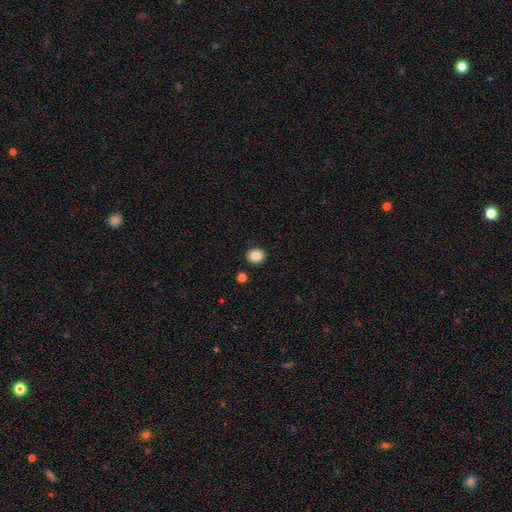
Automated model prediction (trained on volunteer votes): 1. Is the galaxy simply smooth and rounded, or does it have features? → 86% smooth, 9% star or artifact, 4% featured or disk.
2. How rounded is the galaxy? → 68% round, 31% in between, 1% cigar-shaped.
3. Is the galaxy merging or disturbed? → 90% none, 6% minor disturbance, 3% merger, 2% major disturbance.